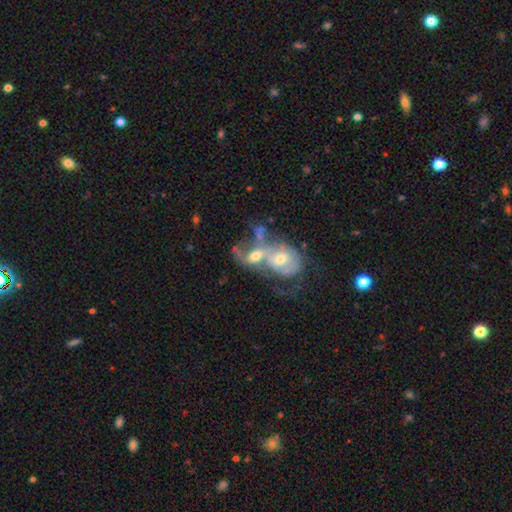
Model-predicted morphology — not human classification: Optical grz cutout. It shows a featured or disk galaxy (65%) with no bar (65%), spiral arms (61%) and a moderate central bulge (58%). Merging: merger (79%).